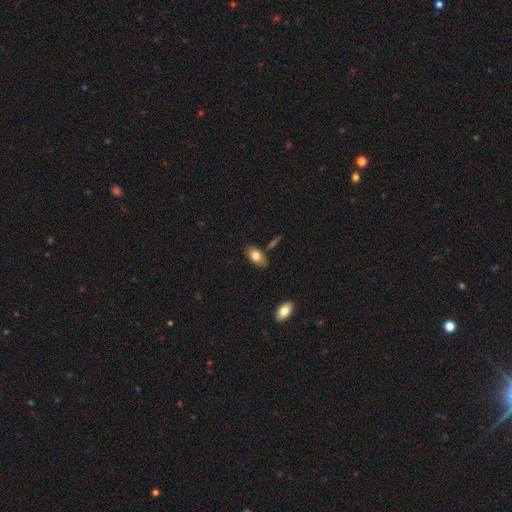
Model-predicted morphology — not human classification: Overall: smooth (77%). How rounded: in between (90%). Merging: none (75%).